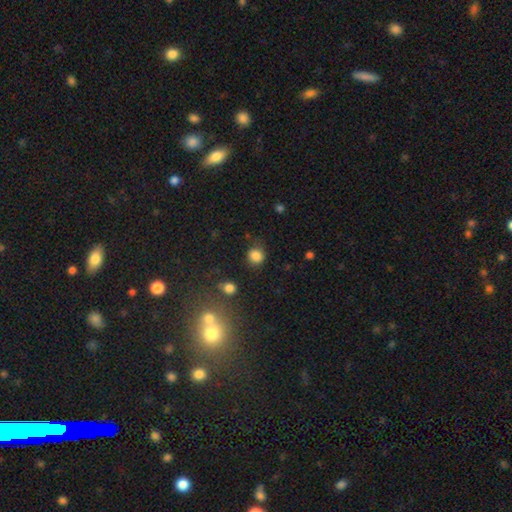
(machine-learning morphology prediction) Smooth or featured: smooth — 84% (star or artifact — 12%)
How rounded: round — 82% (in between — 17%)
Merging: none — 73% (minor disturbance — 19%)